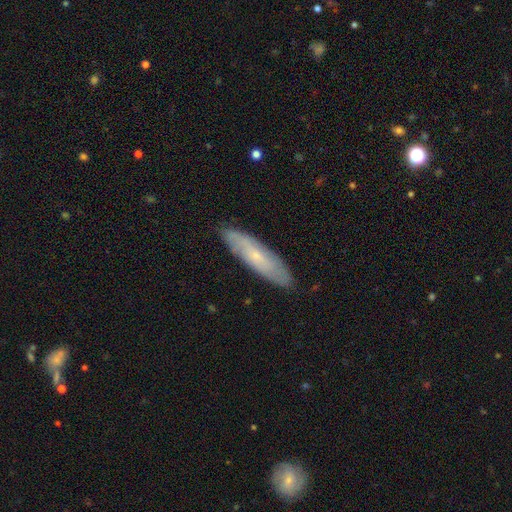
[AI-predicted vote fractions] Overall: featured or disk (48%; smooth 45%). Merging: none (87%).